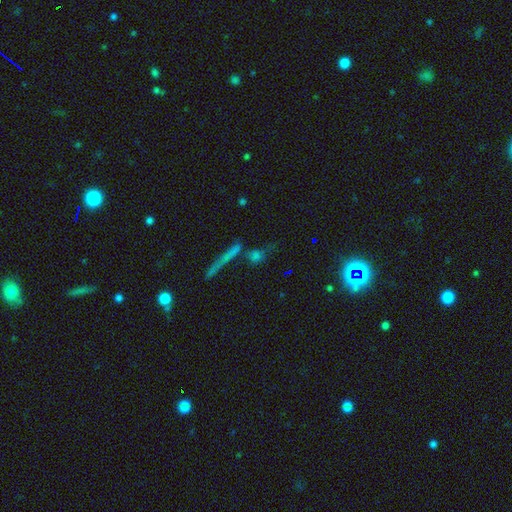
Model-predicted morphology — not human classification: The model was most divided on "how rounded": round: 50%, cigar-shaped: 27%, in between: 23%. More confident: merging — none (59%); smooth or featured — smooth (52%).